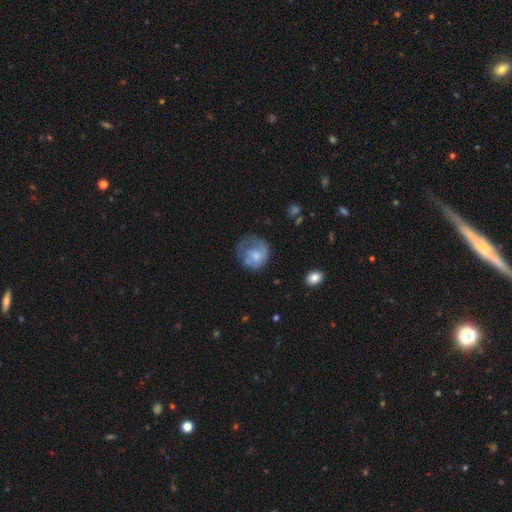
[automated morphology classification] smooth-or-featured: smooth: 48% | featured or disk: 45% | star or artifact: 7%
  merging: none: 44% | major disturbance: 28% | minor disturbance: 25% | merger: 3%